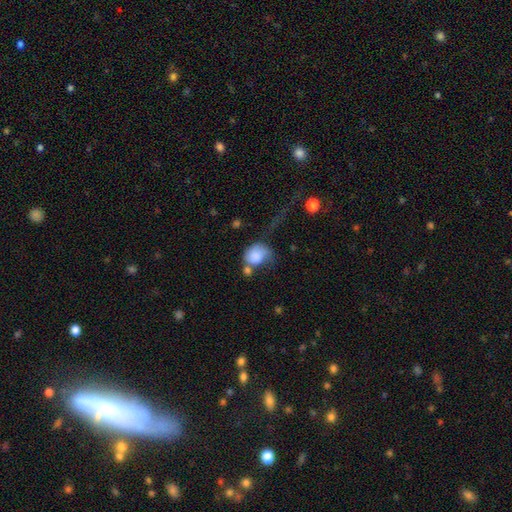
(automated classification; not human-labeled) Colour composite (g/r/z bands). It shows a smooth galaxy with no disk features (77%) that is round (52%). Merging: major disturbance (30%).